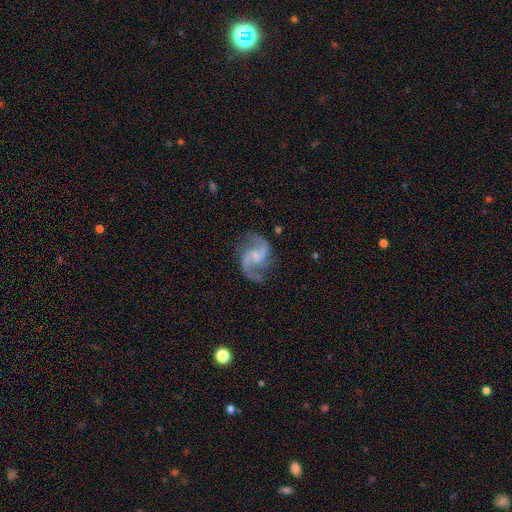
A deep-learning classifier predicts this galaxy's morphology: The model was most divided on "spiral winding": loose: 48%, medium: 45%, tight: 7%. Remaining: edge-on disk — no (98%); spiral arms — yes (98%); spiral arm count — 2 (94%); smooth or featured — featured or disk (92%); merging — none (78%); bulge size — small (54%); bar — no (47%).